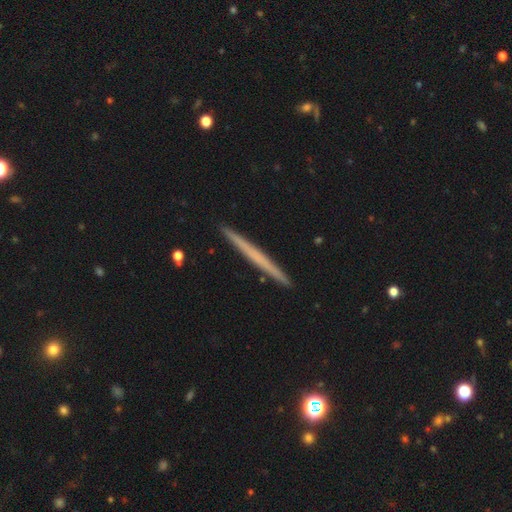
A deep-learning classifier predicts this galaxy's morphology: featured or disk 51%, smooth 43%, star or artifact 6%. Down the decision tree: edge-on disk — yes (98%); merging — none (93%).